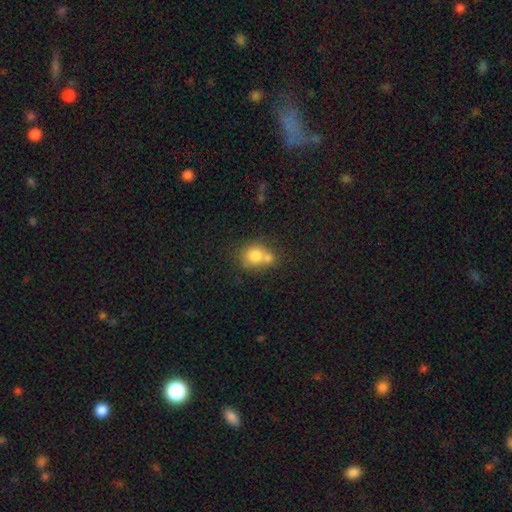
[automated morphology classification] Smooth or featured?
  - smooth: 75% *
  - featured or disk: 14%
  - star or artifact: 10%
How rounded?
  - round: 73% *
  - in between: 26%
  - cigar-shaped: 1%
Merging?
  - merger: 47% *
  - none: 37%
  - minor disturbance: 11%
  - major disturbance: 5%